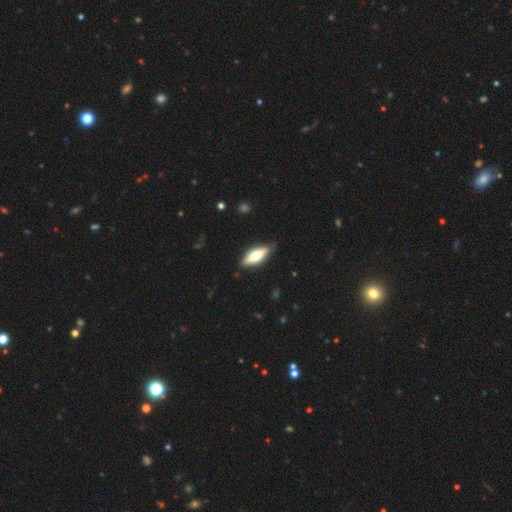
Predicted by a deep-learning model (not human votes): Morphology: type=smooth (49%); merging=none (83%).